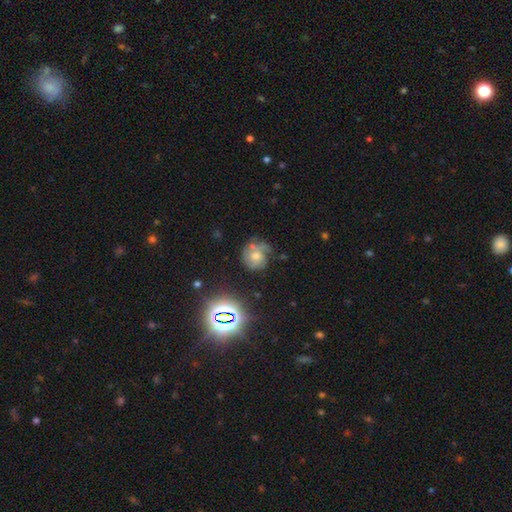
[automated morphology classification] Q: Smooth or featured?
A: featured or disk (51%); runner-up: star or artifact (26%)
Q: Edge-on disk?
A: no (97%); runner-up: yes (3%)
Q: Merging?
A: none (59%); runner-up: minor disturbance (21%)